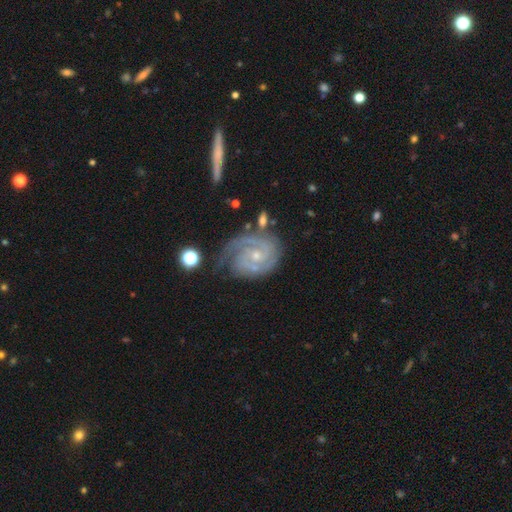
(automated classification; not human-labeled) Smooth or featured?
  - featured or disk: 90% *
  - star or artifact: 5%
  - smooth: 4%
Edge-on disk?
  - no: 97% *
  - yes: 3%
Bar?
  - no: 63% *
  - weak: 29%
  - strong: 7%
Spiral arms?
  - yes: 98% *
  - no: 2%
Spiral winding?
  - tight: 69% *
  - medium: 27%
  - loose: 4%
Spiral arm count?
  - 2: 64% *
  - 3: 17%
  - can't tell: 9%
  - 1: 4%
  - 4: 3%
  - more than 4: 3%
Bulge size?
  - small: 69% *
  - moderate: 27%
  - none: 2%
  - large: 1%
  - dominant: 1%
Merging?
  - none: 65% *
  - minor disturbance: 22%
  - major disturbance: 9%
  - merger: 4%